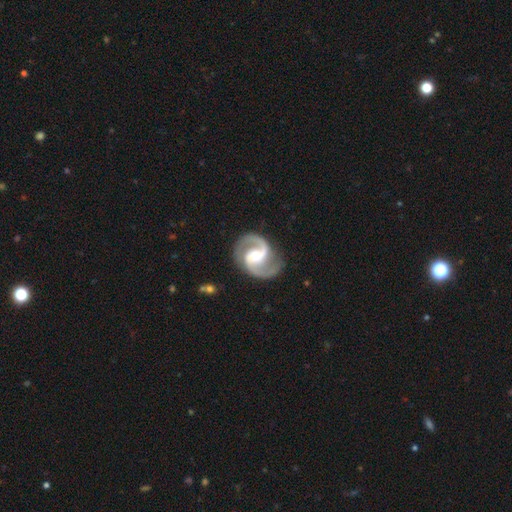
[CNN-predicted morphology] A featured or disk galaxy (93%) with a weak bar (44%), 2 (94%) medium (63%) spiral arms (98%) and a moderate central bulge (62%).

Vote fractions:
- Smooth or featured? featured or disk: 93% / smooth: 4% / star or artifact: 4%
- Edge-on disk? no: 98% / yes: 2%
- Bar? weak: 44% / no: 32% / strong: 24%
- Spiral arms? yes: 98% / no: 2%
- Spiral winding? medium: 63% / loose: 19% / tight: 17%
- Spiral arm count? 2: 94% / 1: 2% / can't tell: 1% / 3: 1% / 4: 1% / more than 4: 1%
- Bulge size? moderate: 62% / small: 31% / large: 5% / none: 1% / dominant: 1%
- Merging? none: 82% / minor disturbance: 12% / major disturbance: 4% / merger: 1%